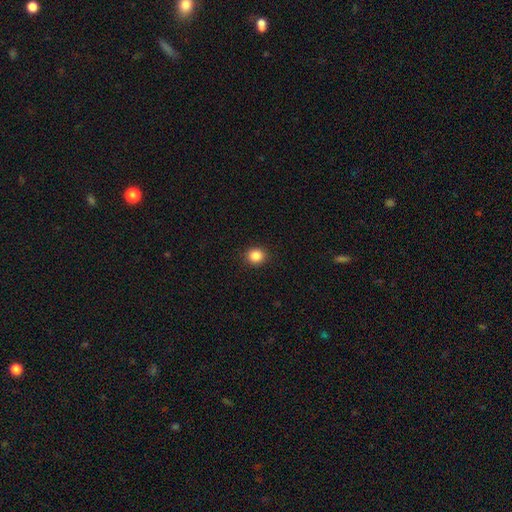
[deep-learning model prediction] Smooth or featured? smooth (85%)
How rounded? round (86%)
Merging? none (92%)